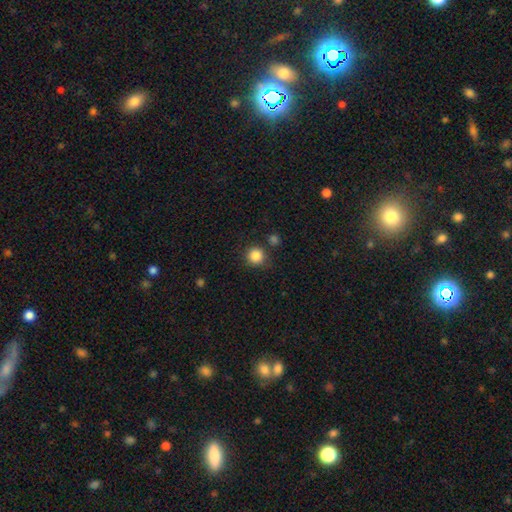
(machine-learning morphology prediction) Q: Smooth or featured?
A: smooth (85%); runner-up: star or artifact (11%)
Q: How rounded?
A: round (94%); runner-up: in between (5%)
Q: Merging?
A: none (83%); runner-up: minor disturbance (9%)